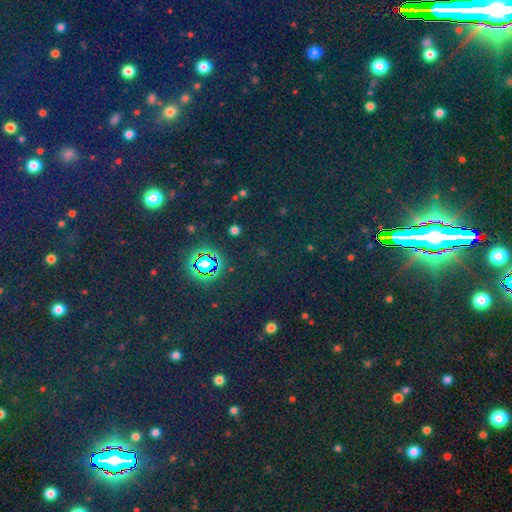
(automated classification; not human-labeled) This is likely a star or artifact rather than a galaxy (76%).